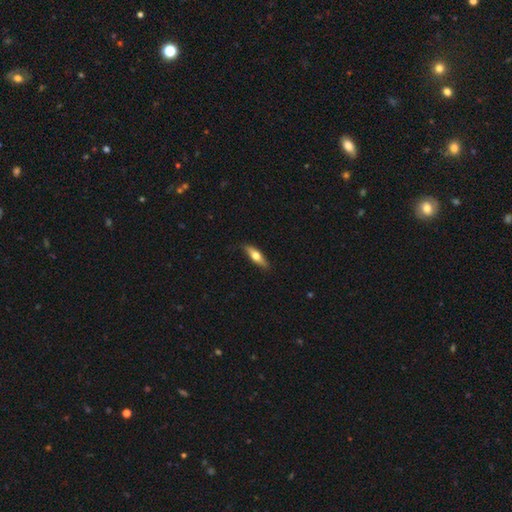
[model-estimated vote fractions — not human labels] A smooth galaxy with no disk features (53%) that is cigar-shaped (63%). Merging: none (86%).